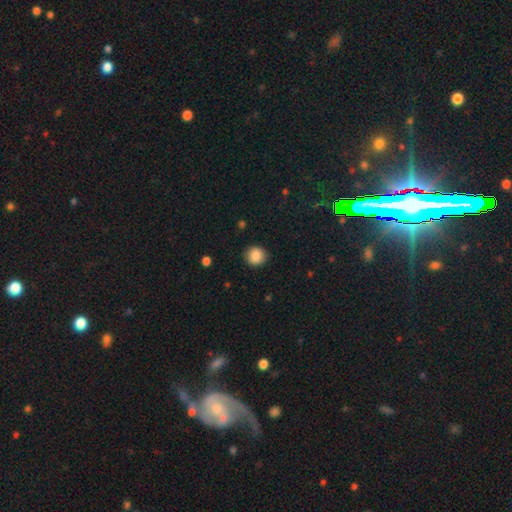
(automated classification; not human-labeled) smooth 87%, star or artifact 9%, featured or disk 4%. Down the decision tree: how rounded — round (87%); merging — none (89%).